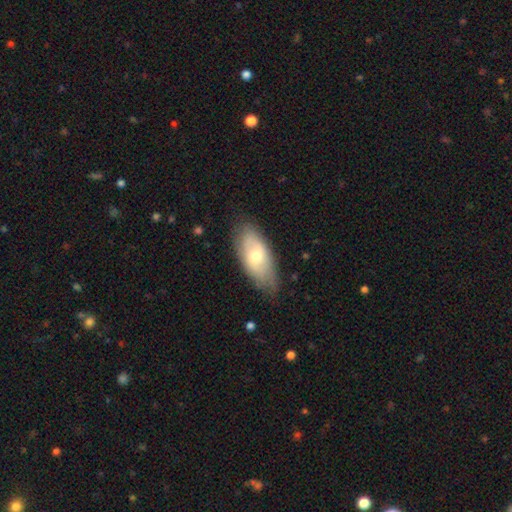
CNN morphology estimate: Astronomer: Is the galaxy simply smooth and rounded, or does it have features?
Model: smooth — 59% (runner-up: featured or disk, 35%).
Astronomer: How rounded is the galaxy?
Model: in between — 88%.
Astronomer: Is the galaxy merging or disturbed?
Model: none — 74%.